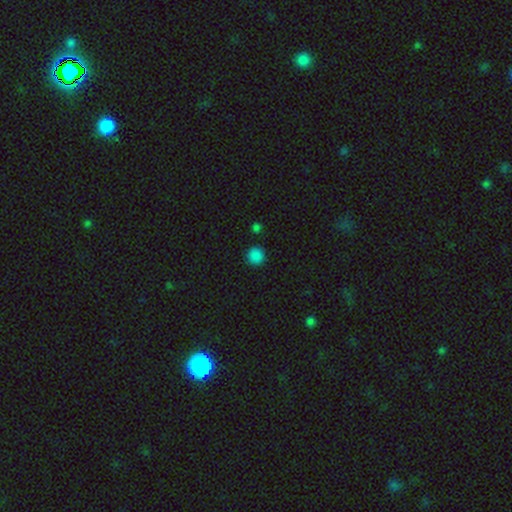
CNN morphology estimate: A smooth galaxy with no disk features (85%) that is round (94%).

Vote fractions:
- Smooth or featured? smooth: 85% / star or artifact: 12% / featured or disk: 3%
- How rounded? round: 94% / in between: 5% / cigar-shaped: 1%
- Merging? none: 89% / minor disturbance: 6% / merger: 2% / major disturbance: 2%